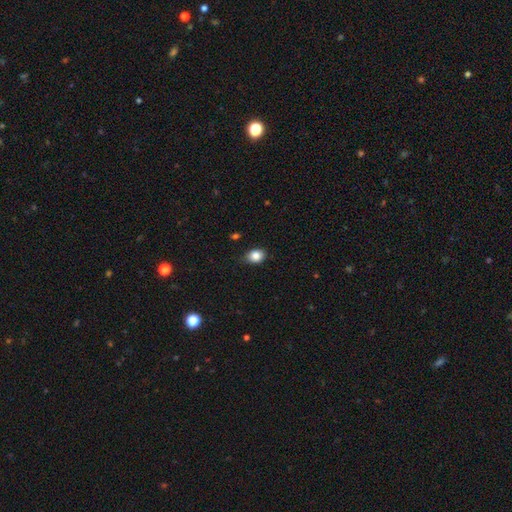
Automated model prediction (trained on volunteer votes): Smooth or featured: smooth — 85% (star or artifact — 10%)
How rounded: in between — 54% (round — 45%)
Merging: none — 80% (minor disturbance — 16%)